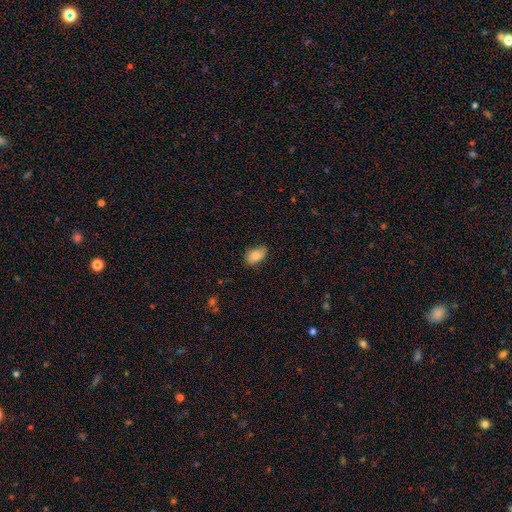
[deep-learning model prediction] Smooth or featured?
  - smooth: 85% *
  - featured or disk: 8%
  - star or artifact: 7%
How rounded?
  - in between: 92% *
  - round: 6%
  - cigar-shaped: 2%
Merging?
  - none: 68% *
  - minor disturbance: 26%
  - major disturbance: 4%
  - merger: 1%